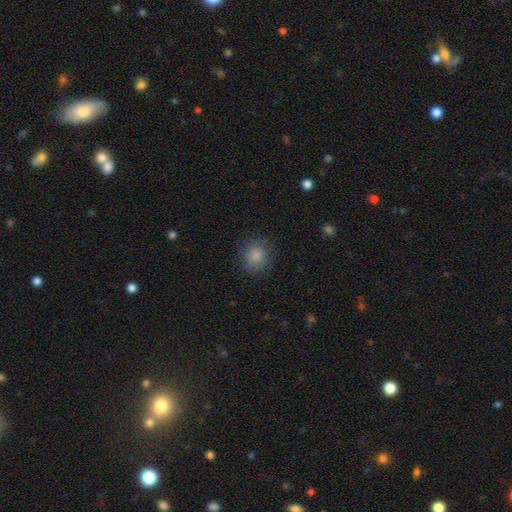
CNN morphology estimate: The model was most divided on "how rounded": round: 84%, in between: 15%, cigar-shaped: 1%. More confident: smooth or featured — smooth (86%); merging — none (86%).